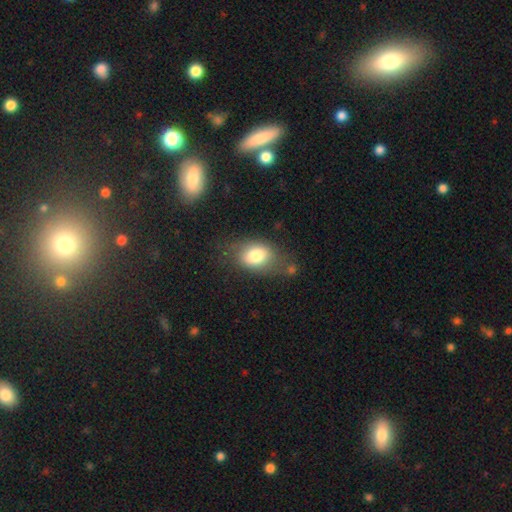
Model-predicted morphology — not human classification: This is likely a smooth galaxy (76%). How rounded: likely in between (73%). Merging: possibly none (59%).